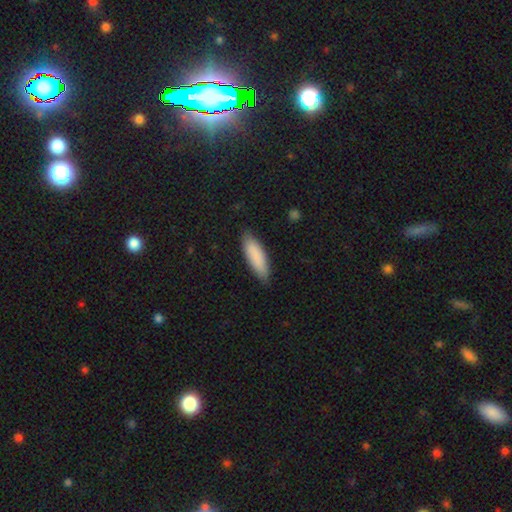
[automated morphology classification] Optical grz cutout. It shows a smooth galaxy with no disk features (87%) that is cigar-shaped (51%). Merging: none (84%).